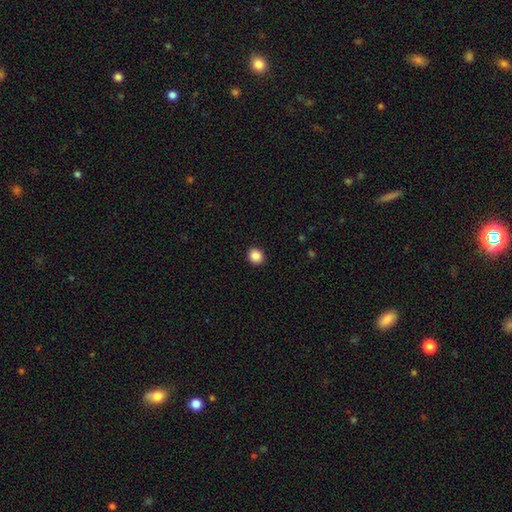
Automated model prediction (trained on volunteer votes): This appears to be a smooth galaxy with no disk features (87%) that is round (78%). Merging: none (92%).